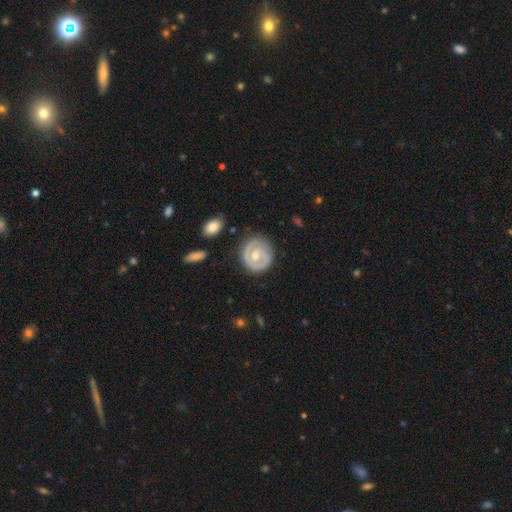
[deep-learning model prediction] Morphology: type=featured or disk (71%); edge-on=no (97%); bar=no (63%); spiral arms=yes (72%); bulge=moderate (66%); merging=none (77%).